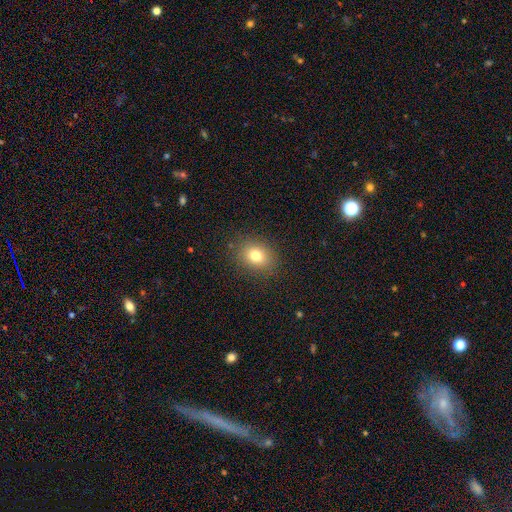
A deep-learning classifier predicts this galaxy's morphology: A smooth galaxy with no disk features (77%) that is round (56%).

Vote fractions:
- Smooth or featured? smooth: 77% / star or artifact: 13% / featured or disk: 10%
- How rounded? round: 56% / in between: 43% / cigar-shaped: 1%
- Merging? none: 87% / minor disturbance: 9% / major disturbance: 3% / merger: 1%